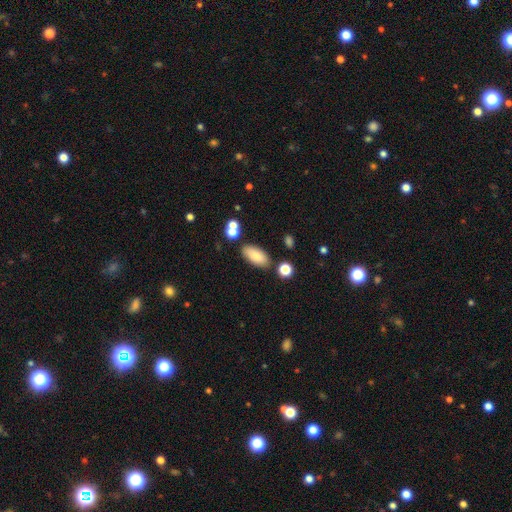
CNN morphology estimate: The model was most divided on "merging": none: 79%, minor disturbance: 12%, merger: 6%, major disturbance: 3%. More confident: how rounded — in between (90%); smooth or featured — smooth (83%).